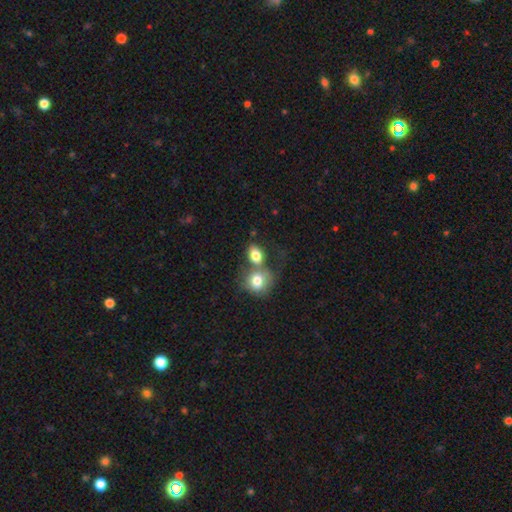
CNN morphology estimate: smooth_or_featured: smooth (p=0.80) [alt: featured or disk p=0.11]
how_rounded: in between (p=0.62) [alt: round p=0.37]
merging: merger (p=0.50) [alt: none p=0.34]